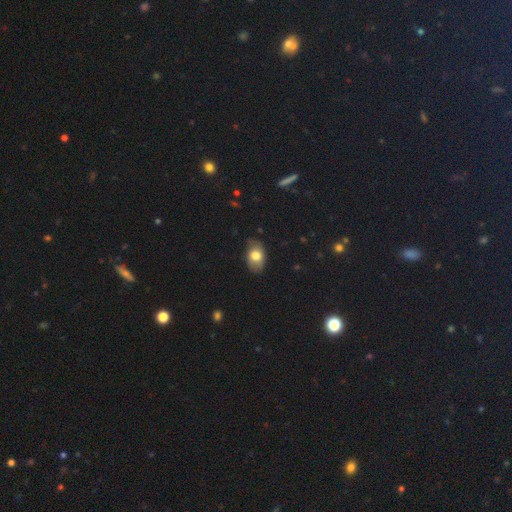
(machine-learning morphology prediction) type=smooth (73%); roundness=in between (87%); merging=none (71%).